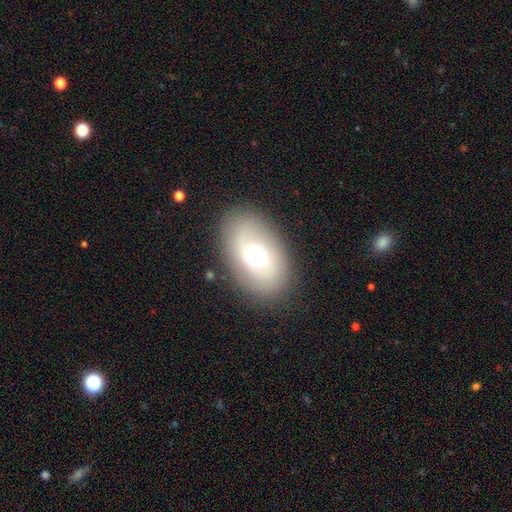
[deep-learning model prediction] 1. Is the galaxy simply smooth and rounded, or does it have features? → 56% smooth, 33% featured or disk, 10% star or artifact.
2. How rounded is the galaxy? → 84% in between, 14% round, 1% cigar-shaped.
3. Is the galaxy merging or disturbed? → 84% none, 11% minor disturbance, 5% major disturbance, 1% merger.